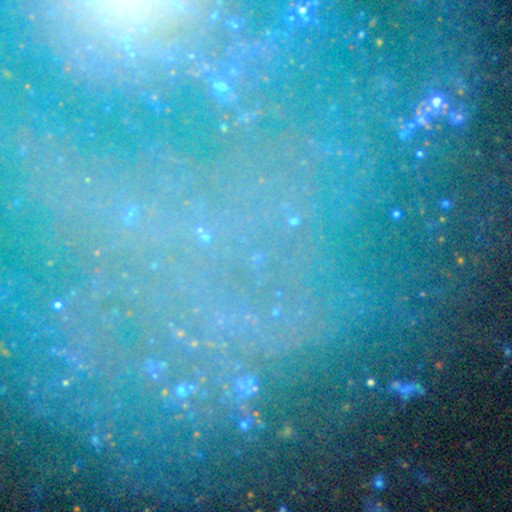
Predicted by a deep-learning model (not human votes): Q: Smooth or featured?
A: star or artifact (63%); runner-up: featured or disk (24%)